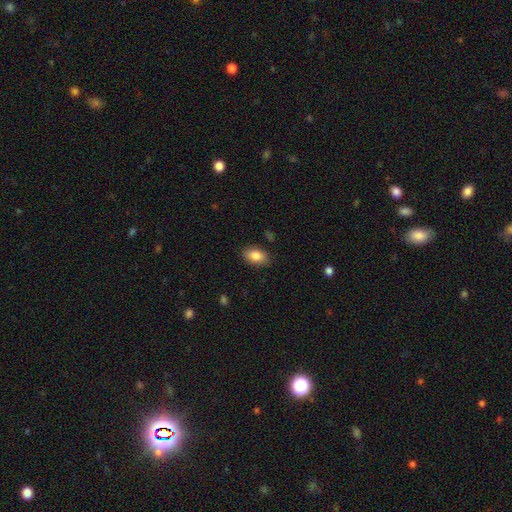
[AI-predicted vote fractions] Smooth or featured: smooth — 85% (star or artifact — 7%)
How rounded: in between — 90% (round — 8%)
Merging: none — 86% (minor disturbance — 10%)